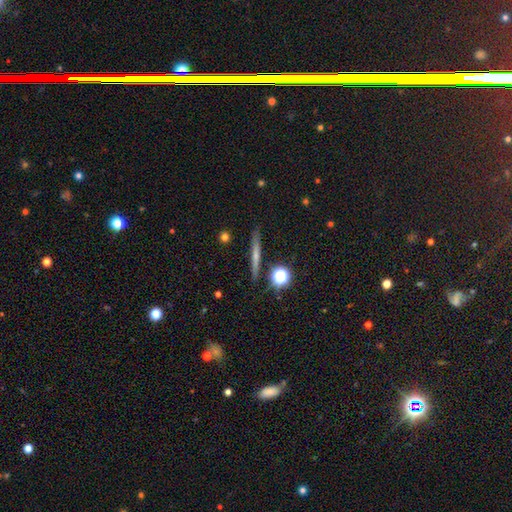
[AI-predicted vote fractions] Morphology: type=featured or disk (54%); edge-on=yes (96%); edge-on bulge=none (50%); merging=none (90%).